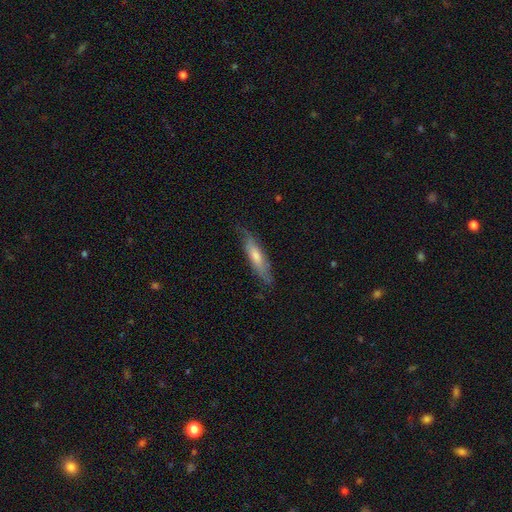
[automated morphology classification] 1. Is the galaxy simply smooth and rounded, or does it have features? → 49% smooth, 45% featured or disk, 6% star or artifact.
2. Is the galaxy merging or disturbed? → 74% none, 20% minor disturbance, 5% major disturbance, 1% merger.